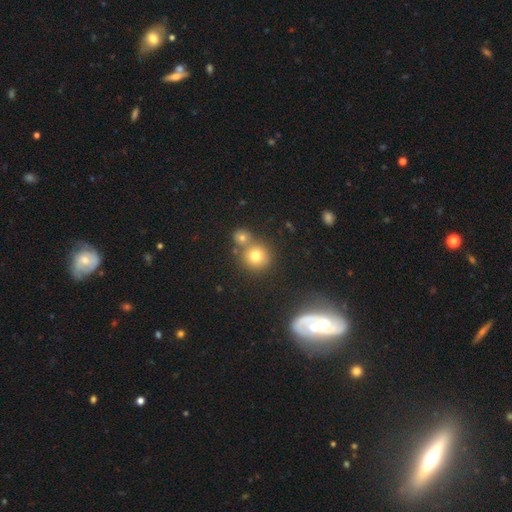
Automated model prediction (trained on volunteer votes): Q: Smooth or featured?
A: smooth (73%); runner-up: star or artifact (15%)
Q: How rounded?
A: round (89%); runner-up: in between (10%)
Q: Merging?
A: none (59%); runner-up: merger (30%)